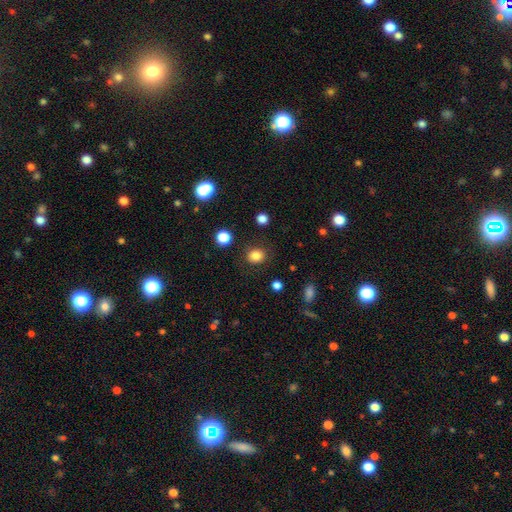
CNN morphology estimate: Overall: smooth (84%). How rounded: round (72%). Merging: none (85%).